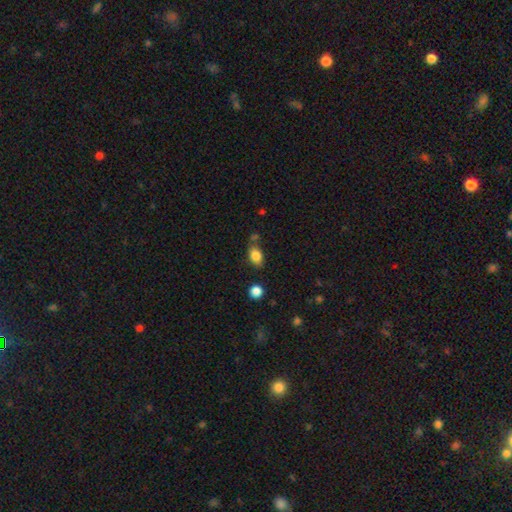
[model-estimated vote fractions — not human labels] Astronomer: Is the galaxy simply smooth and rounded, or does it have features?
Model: smooth — 84%.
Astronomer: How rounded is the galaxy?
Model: in between — 81%.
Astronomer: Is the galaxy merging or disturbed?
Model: none — 66%.